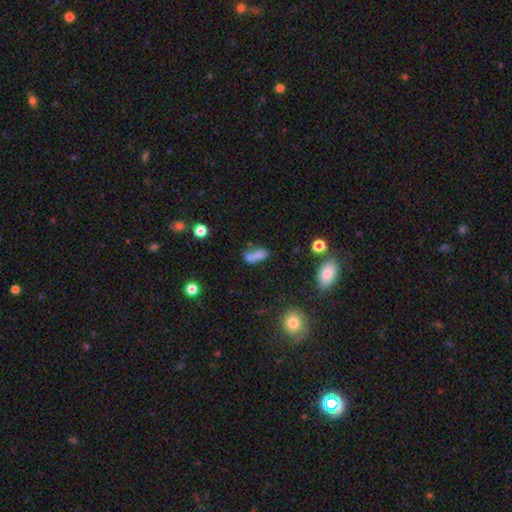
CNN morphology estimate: Q: Smooth or featured?
A: smooth (71%); runner-up: featured or disk (15%)
Q: How rounded?
A: in between (74%); runner-up: cigar-shaped (18%)
Q: Merging?
A: none (35%); runner-up: merger (33%)